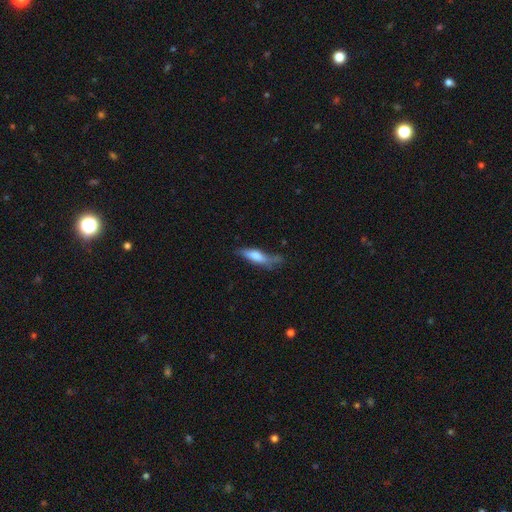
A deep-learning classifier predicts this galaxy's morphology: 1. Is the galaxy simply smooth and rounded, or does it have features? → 65% smooth, 28% featured or disk, 7% star or artifact.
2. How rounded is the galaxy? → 59% cigar-shaped, 39% in between, 2% round.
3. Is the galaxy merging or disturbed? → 46% none, 32% minor disturbance, 15% major disturbance, 6% merger.